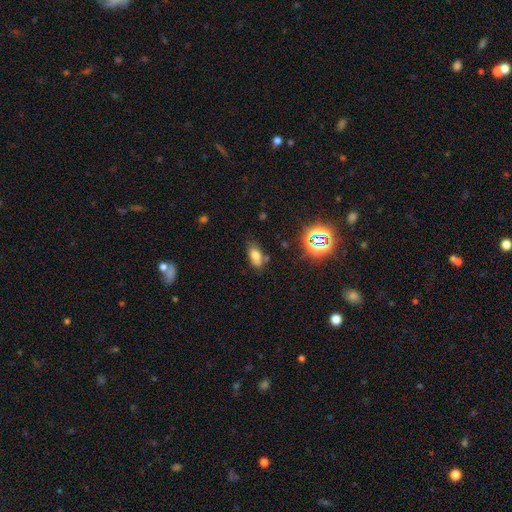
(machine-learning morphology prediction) smooth 70%, star or artifact 17%, featured or disk 13%. Down the decision tree: how rounded — in between (85%); merging — none (69%).